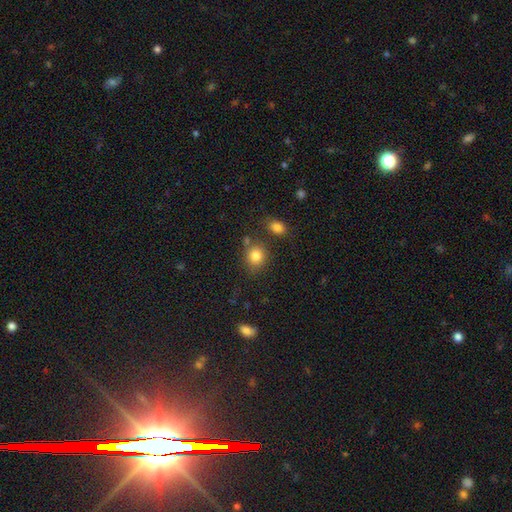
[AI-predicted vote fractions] This is clearly a smooth galaxy (82%). How rounded: likely round (75%). Merging: likely none (73%).